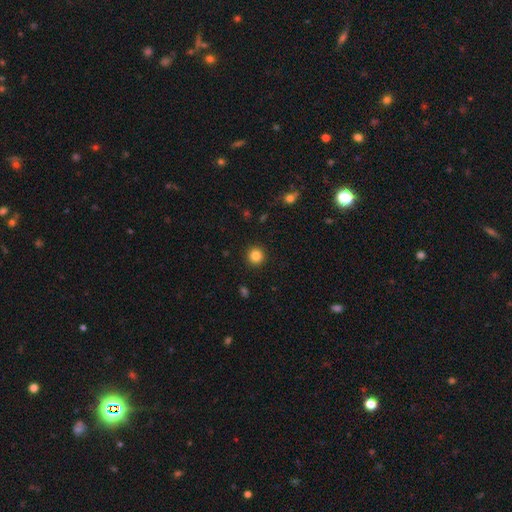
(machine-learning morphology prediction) smooth_or_featured: smooth (p=0.84) [alt: star or artifact p=0.11]
how_rounded: round (p=0.95) [alt: in between p=0.04]
merging: none (p=0.93) [alt: minor disturbance p=0.05]